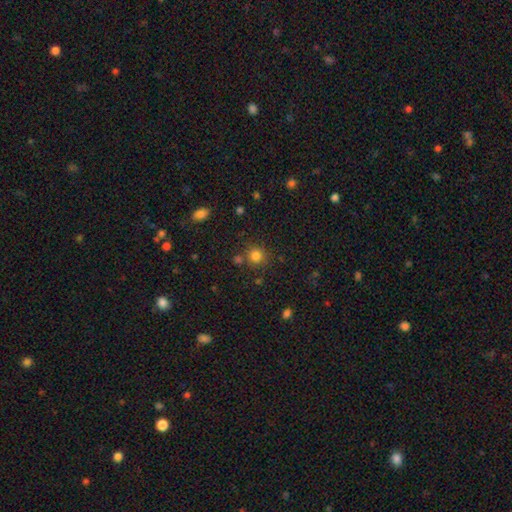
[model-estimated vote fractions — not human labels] A smooth galaxy with no disk features (81%) that is round (90%).

Vote fractions:
- Smooth or featured? smooth: 81% / star or artifact: 14% / featured or disk: 5%
- How rounded? round: 90% / in between: 9% / cigar-shaped: 1%
- Merging? none: 78% / minor disturbance: 9% / merger: 9% / major disturbance: 4%